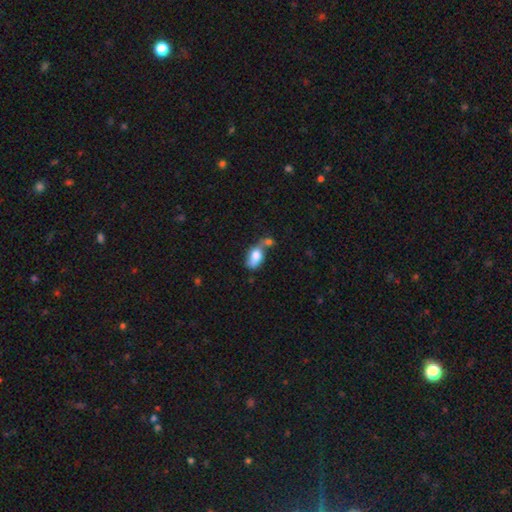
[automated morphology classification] A smooth galaxy with no disk features (72%) that is in between round and cigar-shaped (86%). Merging: merger (46%).